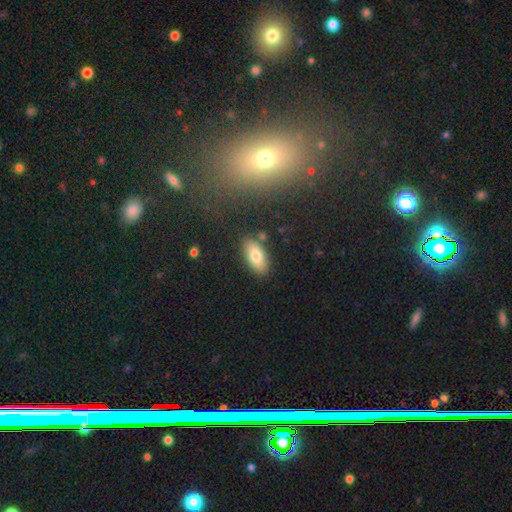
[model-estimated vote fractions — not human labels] This is likely a smooth galaxy (77%). How rounded: clearly in between (91%). Merging: clearly none (83%).